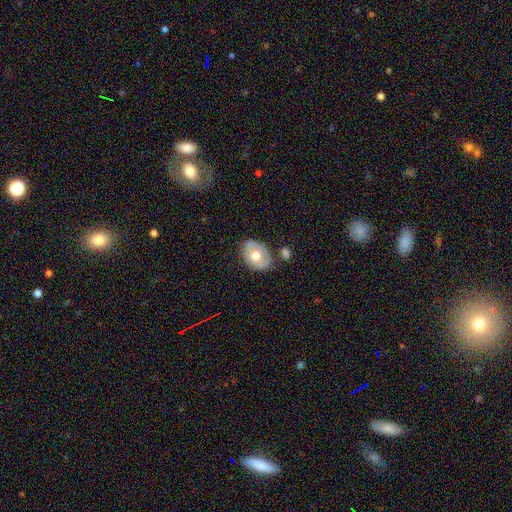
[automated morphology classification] Smooth or featured?
  - smooth: 57% *
  - featured or disk: 37%
  - star or artifact: 6%
How rounded?
  - in between: 75% *
  - round: 24%
  - cigar-shaped: 1%
Merging?
  - none: 66% *
  - minor disturbance: 21%
  - merger: 8%
  - major disturbance: 5%